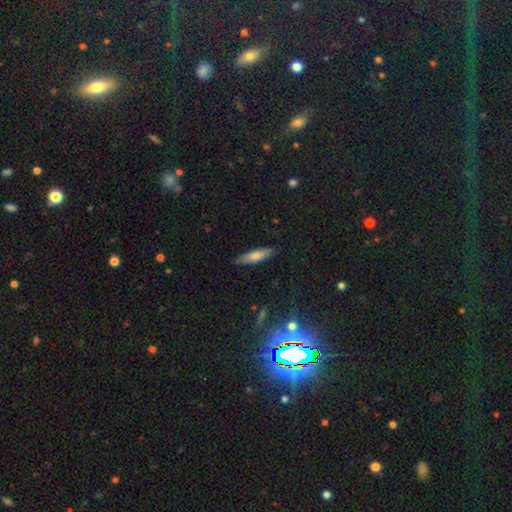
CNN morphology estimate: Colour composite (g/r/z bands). It shows a smooth galaxy with no disk features (70%) that is cigar-shaped (68%). Merging: none (85%).